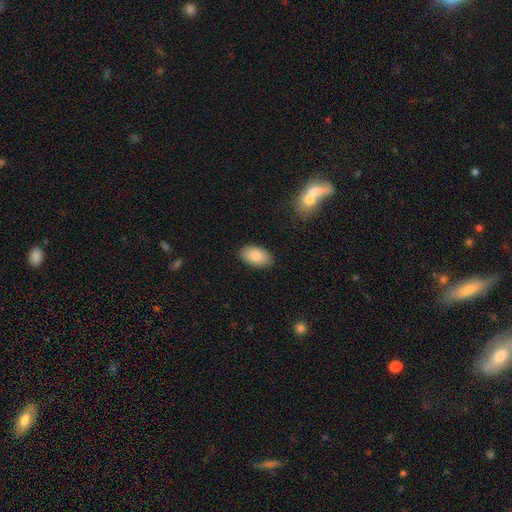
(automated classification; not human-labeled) The model was most divided on "smooth or featured": smooth: 84%, featured or disk: 9%, star or artifact: 7%. More confident: how rounded — in between (94%); merging — none (87%).